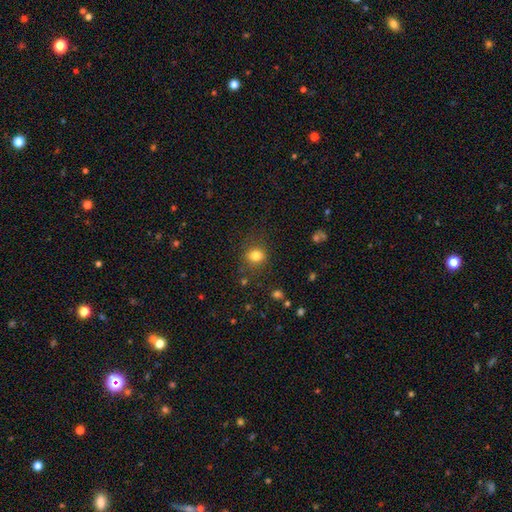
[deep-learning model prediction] Q: Smooth or featured?
A: smooth (81%); runner-up: star or artifact (13%)
Q: How rounded?
A: round (79%); runner-up: in between (20%)
Q: Merging?
A: none (81%); runner-up: minor disturbance (12%)